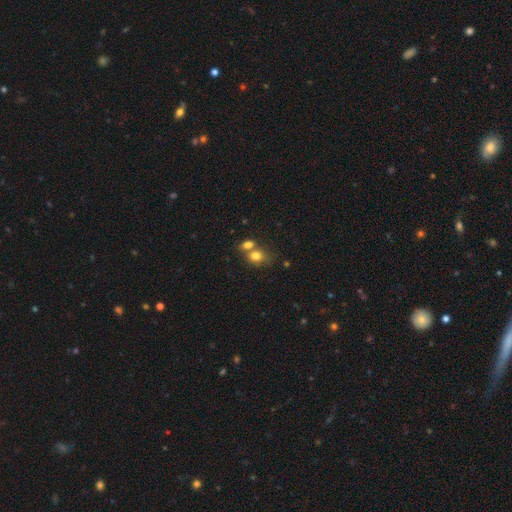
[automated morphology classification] This appears to be a smooth galaxy with no disk features (79%) that is round (50%). Merging: merger (50%).